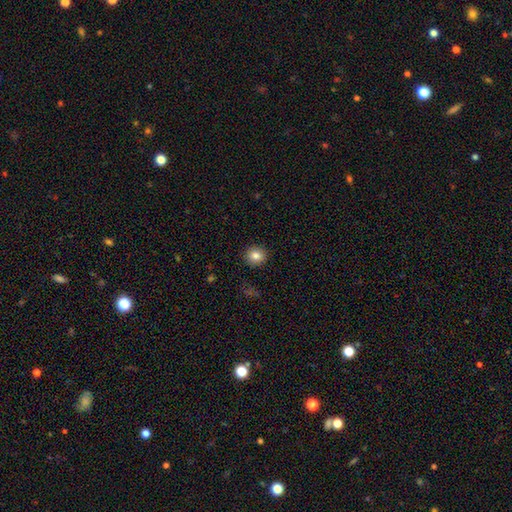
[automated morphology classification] Q: Smooth or featured?
A: smooth (83%); runner-up: star or artifact (11%)
Q: How rounded?
A: round (89%); runner-up: in between (11%)
Q: Merging?
A: none (91%); runner-up: minor disturbance (6%)